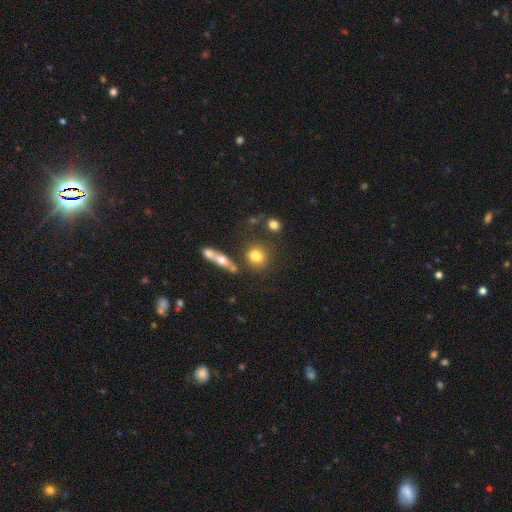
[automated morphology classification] Smooth or featured?
  - smooth: 70% *
  - featured or disk: 17%
  - star or artifact: 13%
How rounded?
  - round: 60% *
  - in between: 35%
  - cigar-shaped: 5%
Merging?
  - none: 50% *
  - merger: 29%
  - minor disturbance: 14%
  - major disturbance: 7%